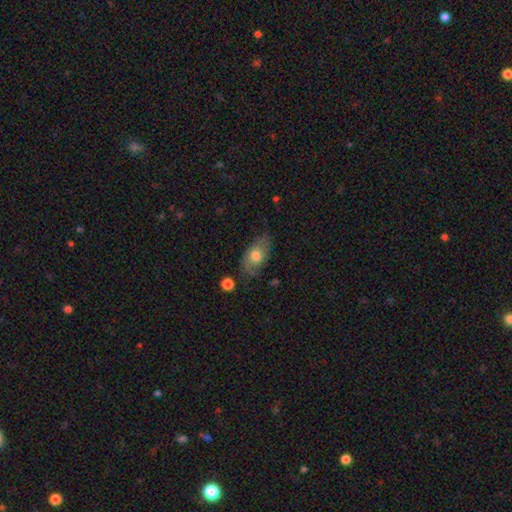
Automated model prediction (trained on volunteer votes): Overall: smooth (63%; featured or disk 29%). How rounded: in between (87%). Merging: none (64%; minor disturbance 26%).